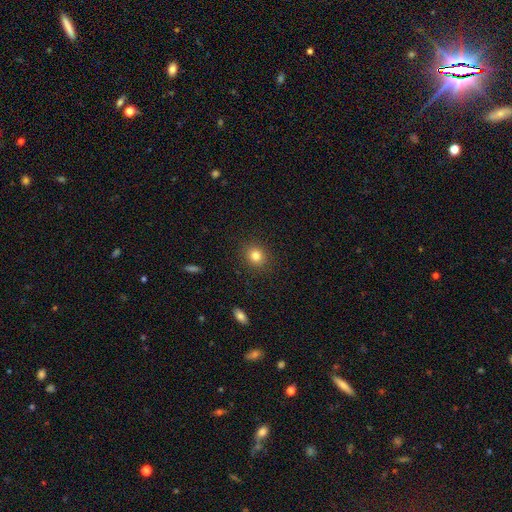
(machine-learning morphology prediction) Smooth or featured? Predicted: smooth (p=0.82). How rounded? Predicted: round (p=0.78). Merging? Predicted: none (p=0.89).